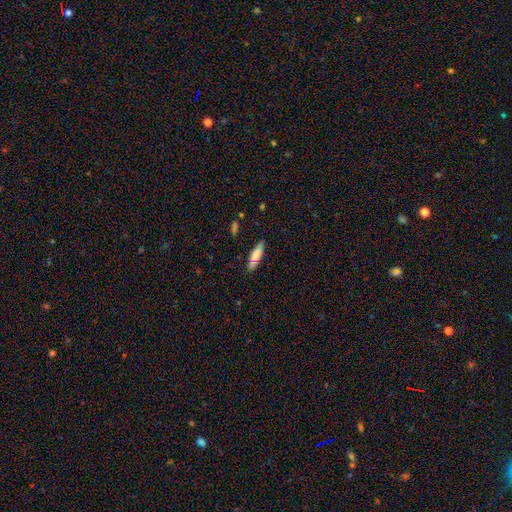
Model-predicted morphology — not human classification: This appears to be a smooth galaxy with no disk features (75%) that is cigar-shaped (61%). Merging: none (79%).